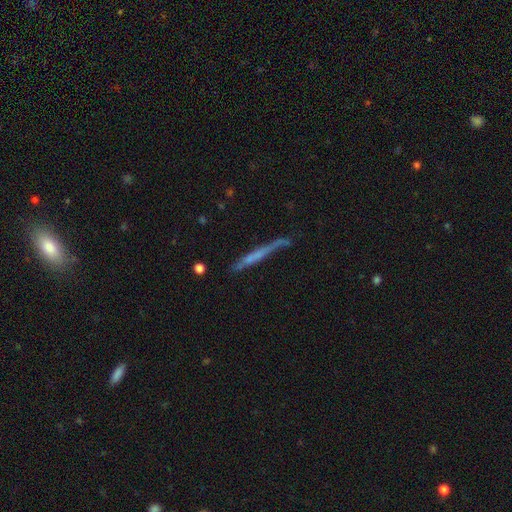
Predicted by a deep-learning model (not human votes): A featured or disk galaxy (50%).

Vote fractions:
- Smooth or featured? featured or disk: 50% / smooth: 42% / star or artifact: 8%
- Merging? none: 63% / minor disturbance: 24% / major disturbance: 9% / merger: 4%